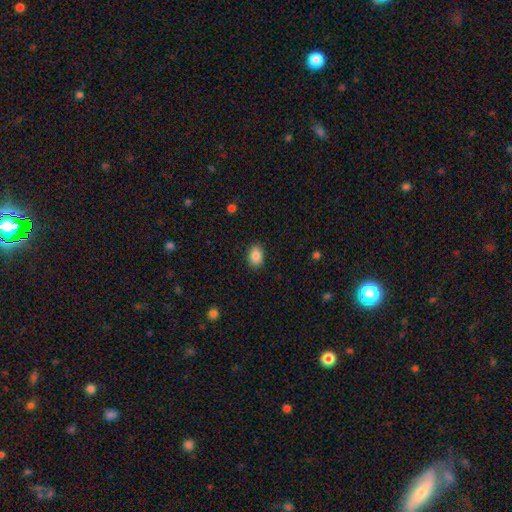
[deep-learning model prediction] Smooth or featured? smooth (87%)
How rounded? in between (81%)
Merging? none (89%)